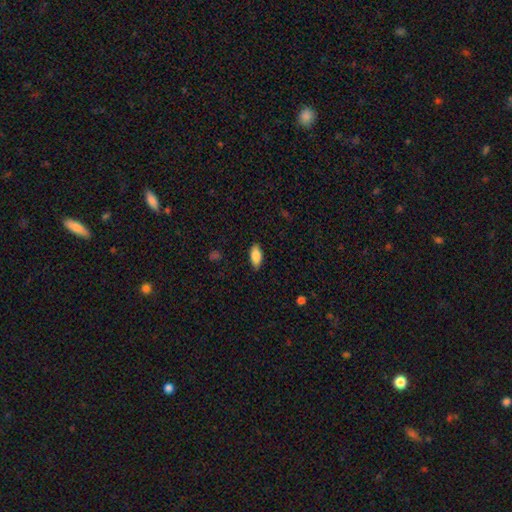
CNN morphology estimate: smooth_or_featured: smooth (p=0.86) [alt: featured or disk p=0.07]
how_rounded: in between (p=0.88) [alt: cigar-shaped p=0.10]
merging: none (p=0.87) [alt: minor disturbance p=0.10]